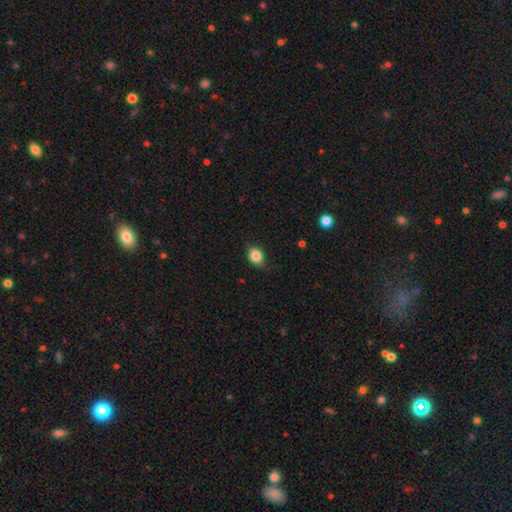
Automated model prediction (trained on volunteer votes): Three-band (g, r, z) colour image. It shows a smooth galaxy with no disk features (85%) that is in between round and cigar-shaped (57%). Merging: none (77%).